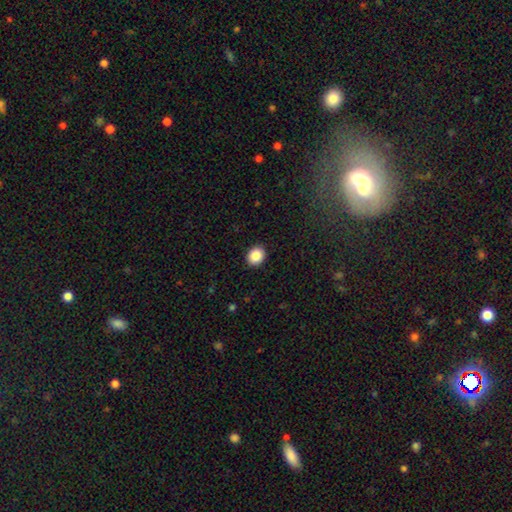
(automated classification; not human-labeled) This is clearly a smooth galaxy (88%). How rounded: likely round (62%). Merging: clearly none (91%).